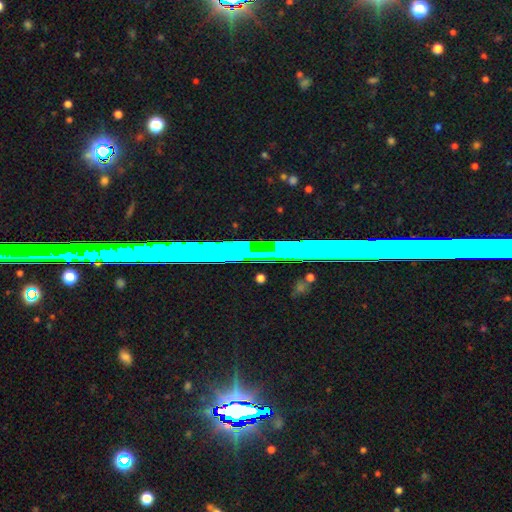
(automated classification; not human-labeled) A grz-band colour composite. It shows a star or artifact, not a galaxy (73%).